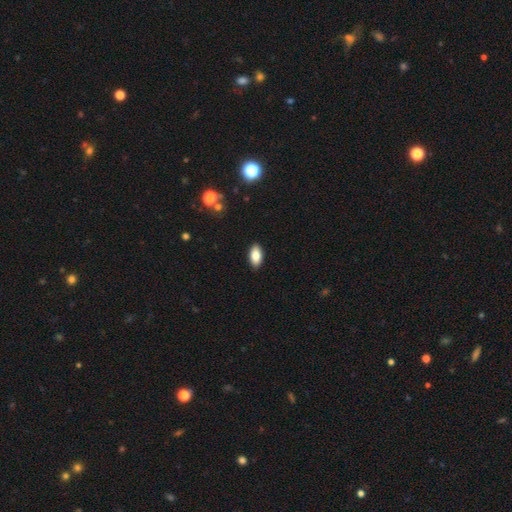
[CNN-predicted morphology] smooth 83%, featured or disk 9%, star or artifact 8%. Down the decision tree: how rounded — in between (93%); merging — none (90%).